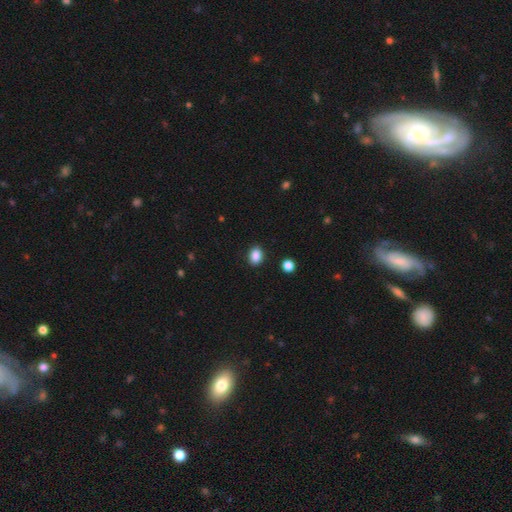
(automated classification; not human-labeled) Overall: smooth (88%). How rounded: in between (69%; round 30%). Merging: none (88%).